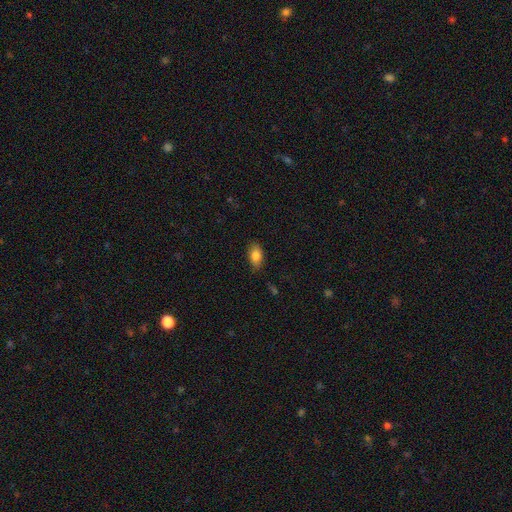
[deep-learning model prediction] Morphology: type=smooth (82%); roundness=in between (89%); merging=none (81%).